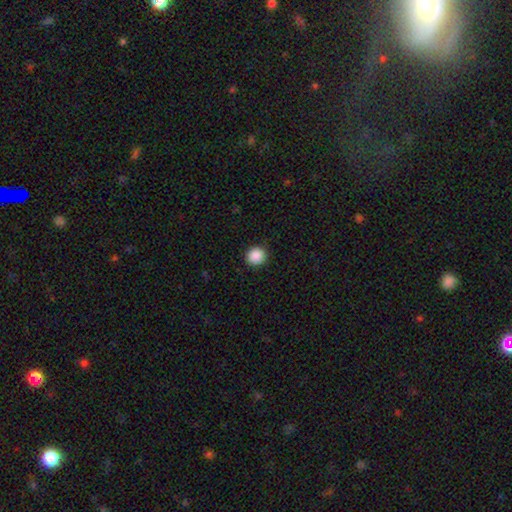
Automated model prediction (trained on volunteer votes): smooth-or-featured: smooth: 89% | star or artifact: 9% | featured or disk: 2%
  how-rounded: round: 92% | in between: 7% | cigar-shaped: 1%
  merging: none: 92% | minor disturbance: 5% | major disturbance: 2% | merger: 1%